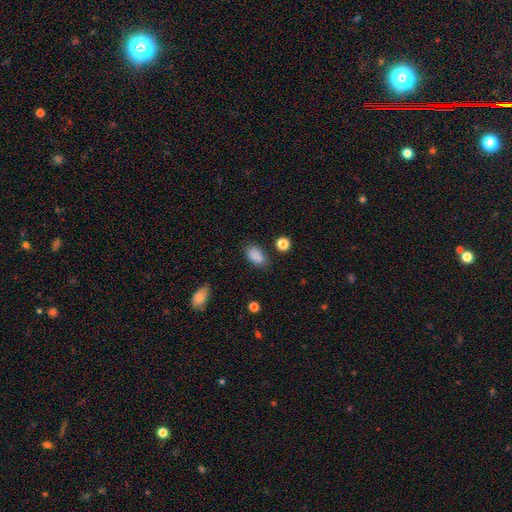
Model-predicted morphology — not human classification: Smooth or featured?
  - smooth: 86% *
  - star or artifact: 10%
  - featured or disk: 4%
How rounded?
  - in between: 88% *
  - round: 10%
  - cigar-shaped: 2%
Merging?
  - none: 71% *
  - minor disturbance: 20%
  - major disturbance: 5%
  - merger: 4%